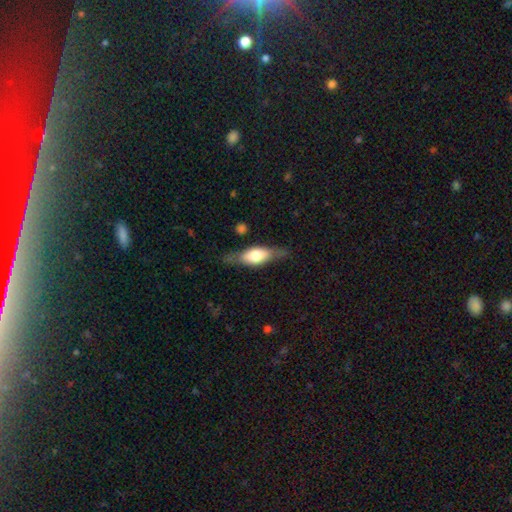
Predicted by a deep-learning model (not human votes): Smooth or featured: featured or disk — 50% (smooth — 44%)
Edge-on disk: yes — 80% (no — 20%)
Merging: none — 73% (minor disturbance — 18%)